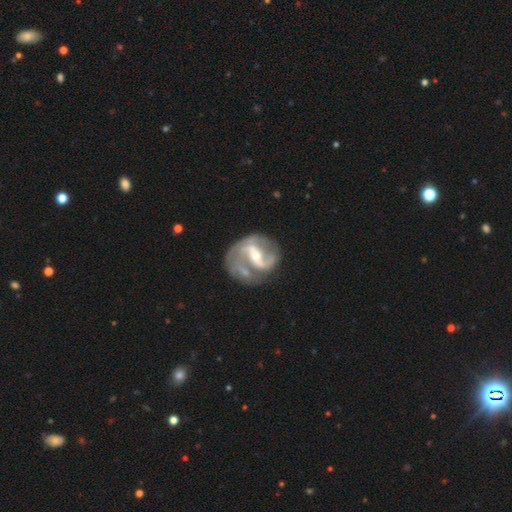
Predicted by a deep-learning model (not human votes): This appears to be a featured or disk galaxy (88%) with a weak bar (40%), 2 (77%) medium (49%) spiral arms (93%) and a moderate central bulge (49%). Merging: none (48%).